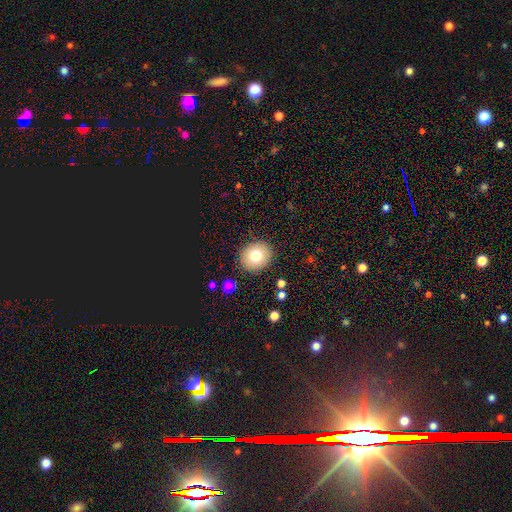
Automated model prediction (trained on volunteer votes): smooth-or-featured: smooth: 75% | featured or disk: 15% | star or artifact: 10%
  how-rounded: round: 74% | in between: 25% | cigar-shaped: 1%
  merging: none: 89% | minor disturbance: 7% | major disturbance: 2% | merger: 1%